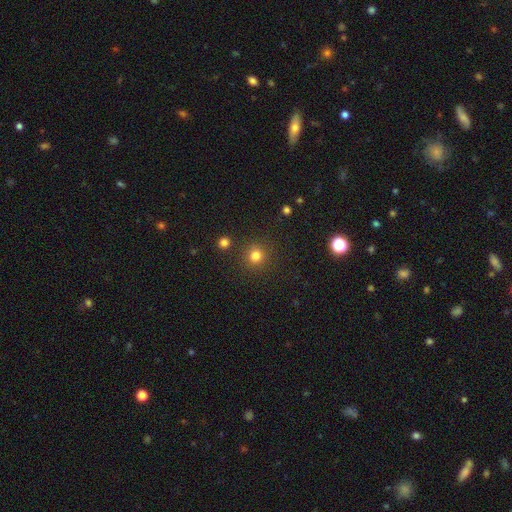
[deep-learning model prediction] This is clearly a smooth galaxy (80%). How rounded: clearly round (91%). Merging: clearly none (87%).